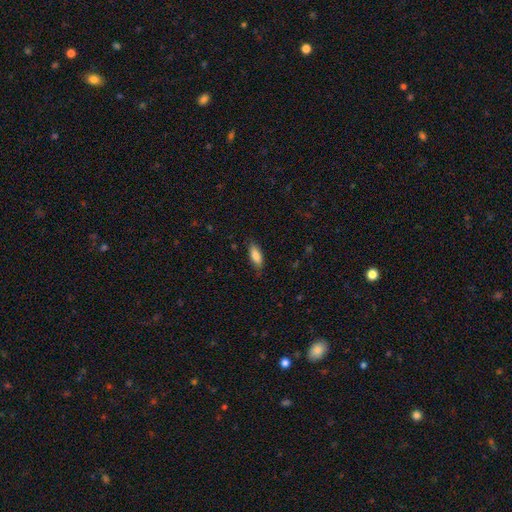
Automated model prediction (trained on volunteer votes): Smooth or featured? Predicted: smooth (p=0.84). How rounded? Predicted: in between (p=0.71). Merging? Predicted: none (p=0.79).